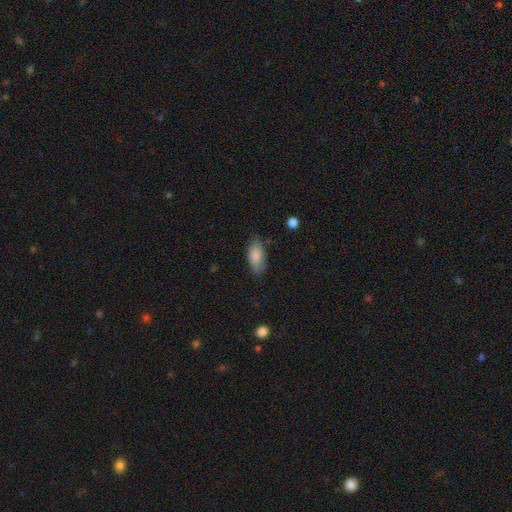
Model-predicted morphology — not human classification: Q: Smooth or featured?
A: smooth (83%); runner-up: featured or disk (10%)
Q: How rounded?
A: in between (88%); runner-up: cigar-shaped (9%)
Q: Merging?
A: none (75%); runner-up: minor disturbance (19%)